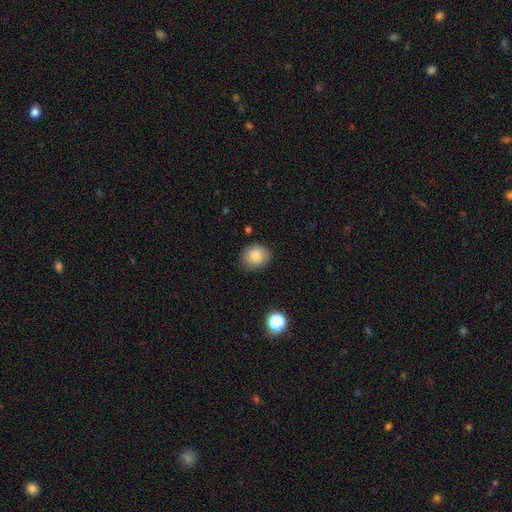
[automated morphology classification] smooth-or-featured: smooth: 85% | star or artifact: 9% | featured or disk: 5%
  how-rounded: round: 70% | in between: 29% | cigar-shaped: 1%
  merging: none: 83% | minor disturbance: 13% | major disturbance: 3% | merger: 2%